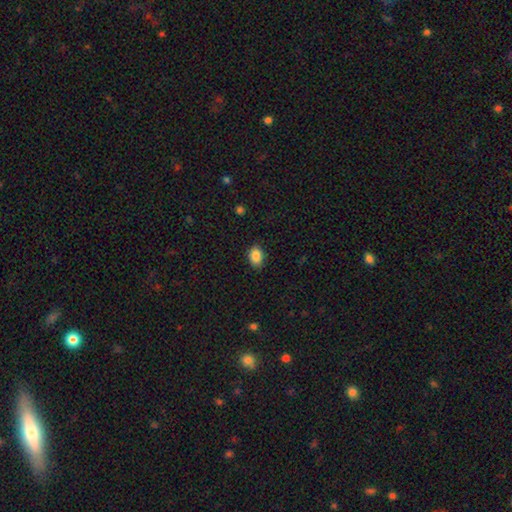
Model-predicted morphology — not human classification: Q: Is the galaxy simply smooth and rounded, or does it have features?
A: smooth — 87%.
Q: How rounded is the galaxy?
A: in between — 77%.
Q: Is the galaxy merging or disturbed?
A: none — 86%.